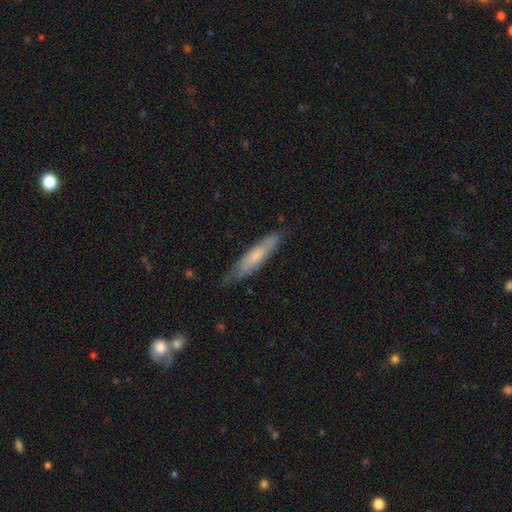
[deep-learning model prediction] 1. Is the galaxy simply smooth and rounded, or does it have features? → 60% smooth, 34% featured or disk, 6% star or artifact.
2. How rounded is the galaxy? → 81% cigar-shaped, 18% in between, 1% round.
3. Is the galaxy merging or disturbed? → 69% none, 25% minor disturbance, 5% major disturbance, 2% merger.